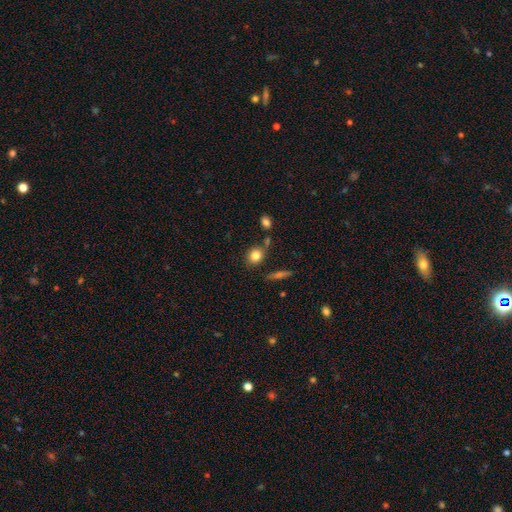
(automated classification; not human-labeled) This appears to be a smooth galaxy with no disk features (82%) that is round (69%). Merging: none (71%).